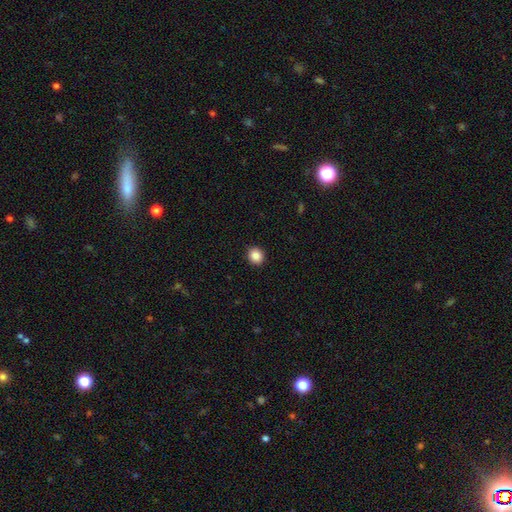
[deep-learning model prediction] The model was most divided on "how rounded": round: 83%, in between: 16%, cigar-shaped: 1%. More confident: merging — none (92%); smooth or featured — smooth (87%).